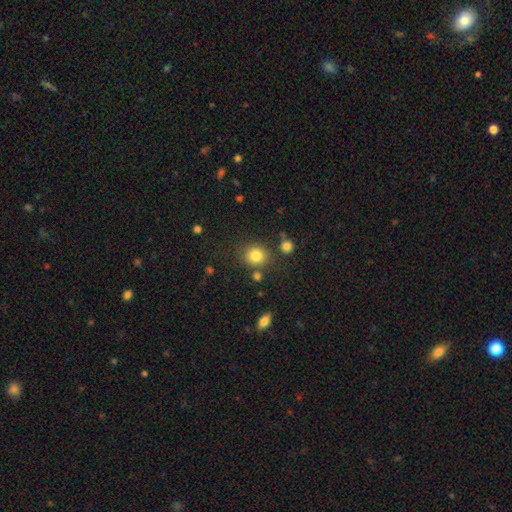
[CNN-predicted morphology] The model was most divided on "how rounded": round: 85%, in between: 14%, cigar-shaped: 1%. More confident: smooth or featured — smooth (82%); merging — none (80%).